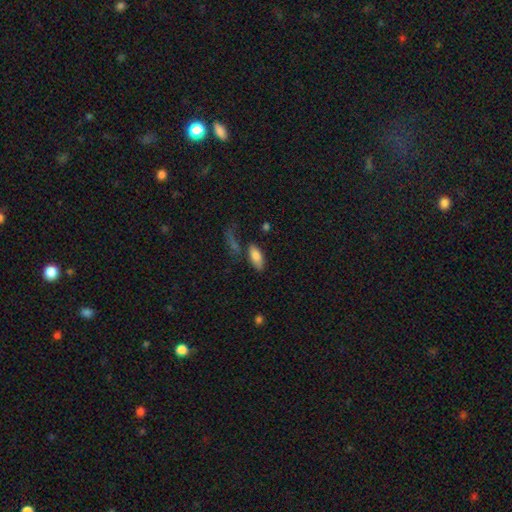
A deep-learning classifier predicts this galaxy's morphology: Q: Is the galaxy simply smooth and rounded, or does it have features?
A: smooth — 82%.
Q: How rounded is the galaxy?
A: in between — 83%.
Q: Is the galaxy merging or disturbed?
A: none — 68%.